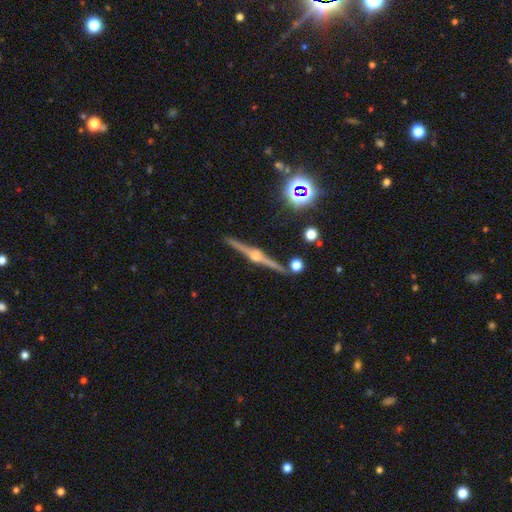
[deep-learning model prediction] Q: Smooth or featured?
A: featured or disk (86%); runner-up: star or artifact (8%)
Q: Edge-on disk?
A: yes (98%); runner-up: no (2%)
Q: Edge-on bulge?
A: rounded (92%); runner-up: boxy (5%)
Q: Merging?
A: none (90%); runner-up: minor disturbance (6%)